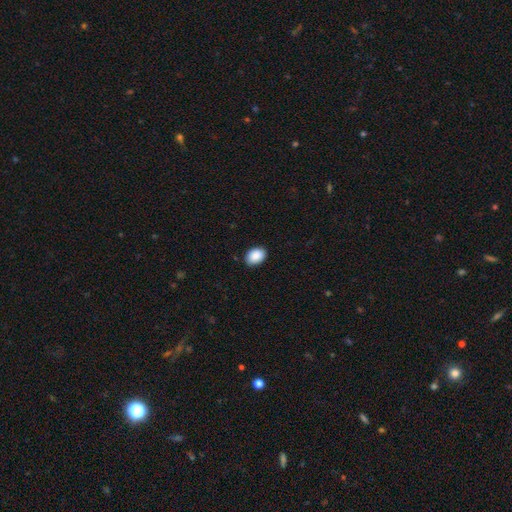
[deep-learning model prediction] A smooth galaxy with no disk features (90%) that is in between round and cigar-shaped (77%).

Vote fractions:
- Smooth or featured? smooth: 90% / star or artifact: 7% / featured or disk: 3%
- How rounded? in between: 77% / round: 22% / cigar-shaped: 1%
- Merging? none: 88% / minor disturbance: 10% / major disturbance: 2% / merger: 1%